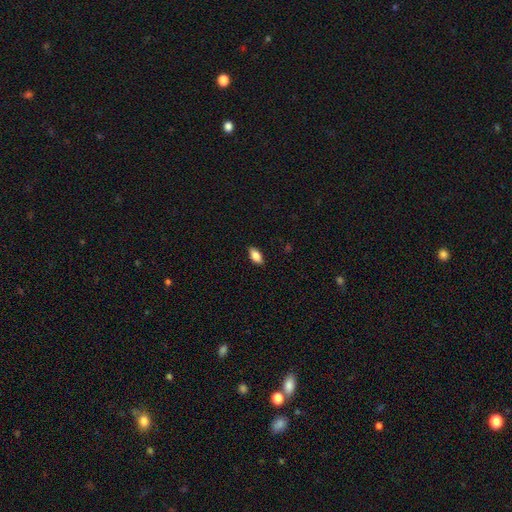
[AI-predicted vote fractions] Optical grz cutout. It shows a smooth galaxy with no disk features (85%) that is in between round and cigar-shaped (90%). Merging: none (87%).